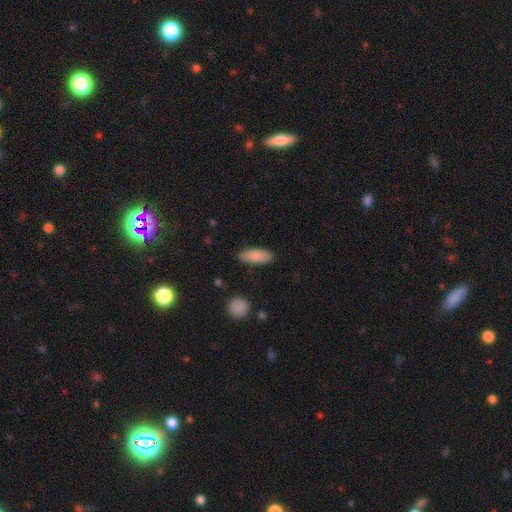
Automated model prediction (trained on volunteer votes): Q: Smooth or featured?
A: smooth (87%); runner-up: featured or disk (7%)
Q: How rounded?
A: in between (78%); runner-up: cigar-shaped (21%)
Q: Merging?
A: none (86%); runner-up: minor disturbance (10%)